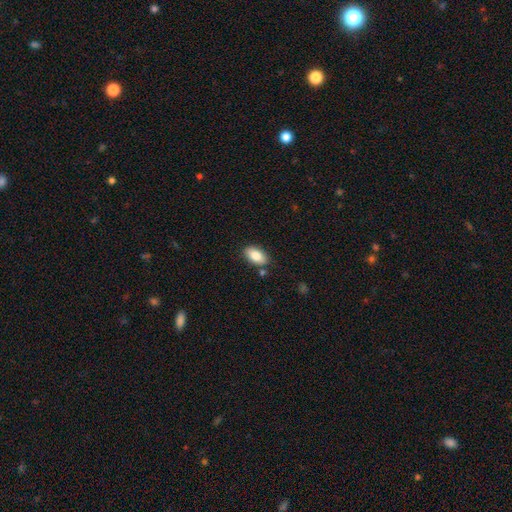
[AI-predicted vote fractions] This appears to be a smooth galaxy with no disk features (85%) that is in between round and cigar-shaped (93%). Merging: none (82%).